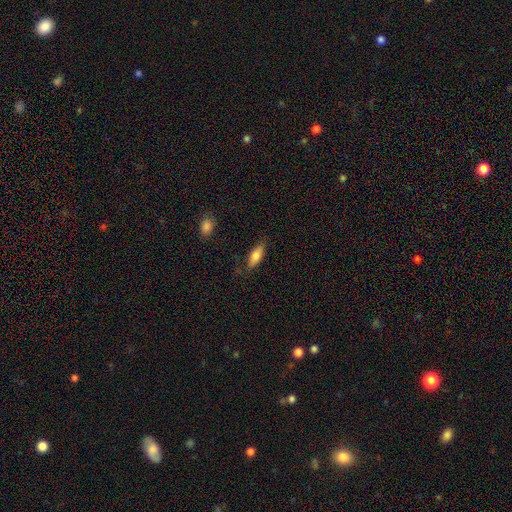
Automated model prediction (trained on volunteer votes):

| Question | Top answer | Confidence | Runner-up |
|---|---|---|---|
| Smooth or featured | smooth | 79% | featured or disk (15%) |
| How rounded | in between | 71% | cigar-shaped (27%) |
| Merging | none | 76% | minor disturbance (18%) |